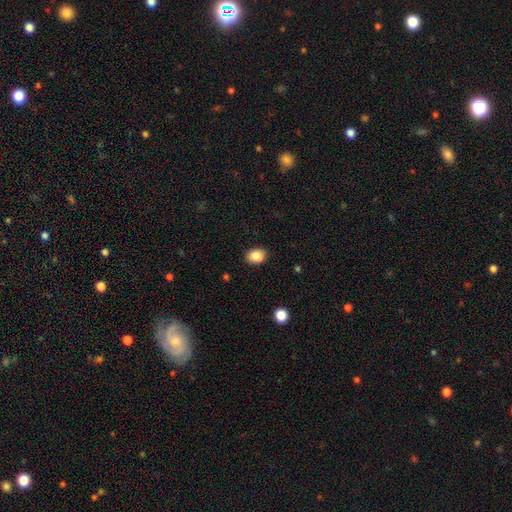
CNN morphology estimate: Q: Smooth or featured?
A: smooth (87%); runner-up: star or artifact (9%)
Q: How rounded?
A: in between (65%); runner-up: round (34%)
Q: Merging?
A: none (86%); runner-up: minor disturbance (10%)